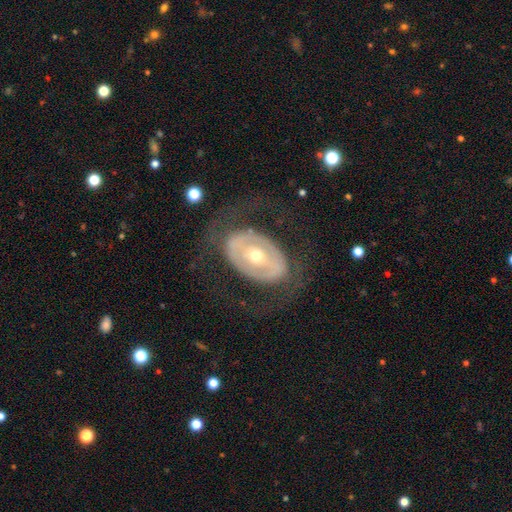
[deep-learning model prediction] Q: Smooth or featured?
A: featured or disk (72%); runner-up: smooth (22%)
Q: Edge-on disk?
A: no (93%); runner-up: yes (7%)
Q: Bar?
A: no (48%); runner-up: weak (27%)
Q: Spiral arms?
A: no (63%); runner-up: yes (37%)
Q: Bulge size?
A: moderate (60%); runner-up: small (34%)
Q: Merging?
A: none (70%); runner-up: major disturbance (17%)